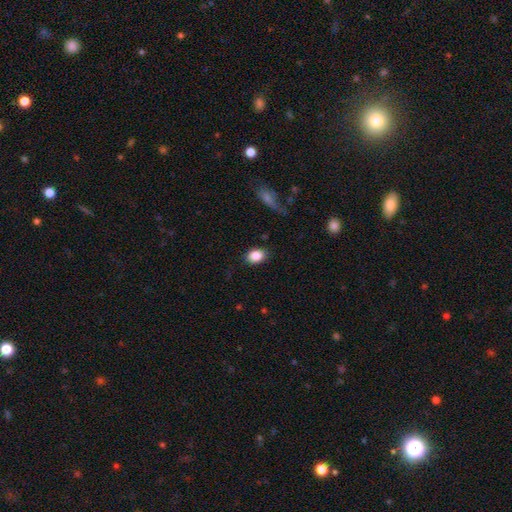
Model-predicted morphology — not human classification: This appears to be a smooth galaxy with no disk features (87%) that is in between round and cigar-shaped (75%). Merging: none (84%).